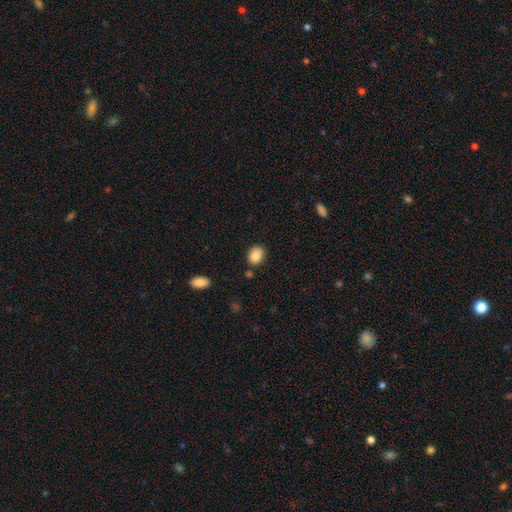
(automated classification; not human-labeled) smooth-or-featured: smooth: 87% | star or artifact: 8% | featured or disk: 5%
  how-rounded: in between: 64% | round: 35% | cigar-shaped: 1%
  merging: none: 79% | minor disturbance: 13% | merger: 4% | major disturbance: 3%